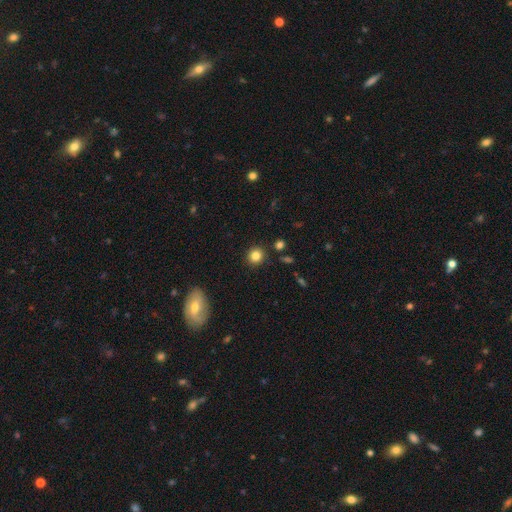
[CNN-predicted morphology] This is clearly a smooth galaxy (84%). How rounded: clearly round (89%). Merging: clearly none (89%).